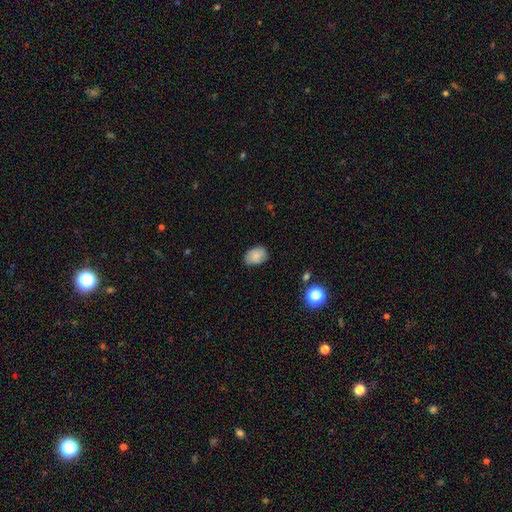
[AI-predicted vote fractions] Smooth or featured?
  - smooth: 84% *
  - star or artifact: 8%
  - featured or disk: 8%
How rounded?
  - in between: 76% *
  - round: 23%
  - cigar-shaped: 1%
Merging?
  - none: 78% *
  - minor disturbance: 18%
  - major disturbance: 3%
  - merger: 1%